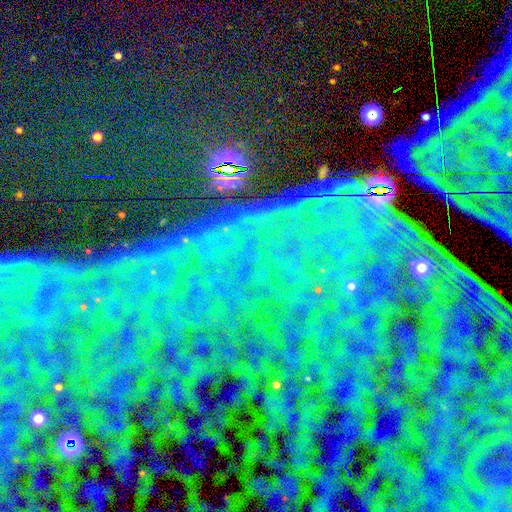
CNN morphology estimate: star or artifact 84%, featured or disk 8%, smooth 8%.